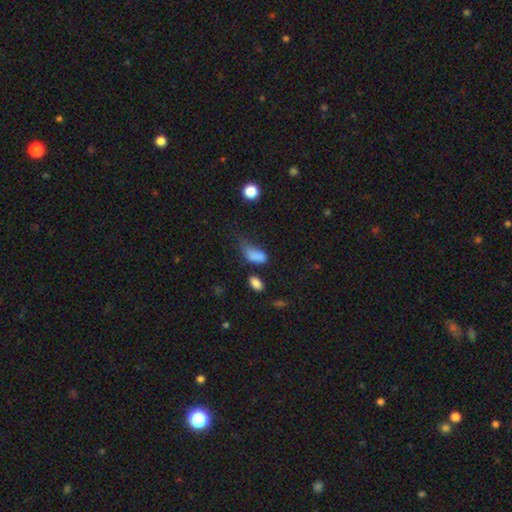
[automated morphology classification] This is clearly a smooth galaxy (80%). How rounded: clearly in between (87%). Merging: marginally major disturbance (34%, tied with minor disturbance).